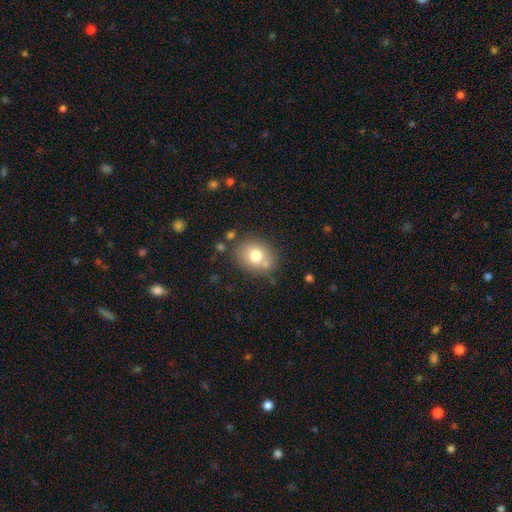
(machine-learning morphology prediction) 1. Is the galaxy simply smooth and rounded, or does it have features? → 74% smooth, 15% featured or disk, 11% star or artifact.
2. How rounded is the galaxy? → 57% round, 43% in between, 1% cigar-shaped.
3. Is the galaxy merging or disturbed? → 70% none, 15% minor disturbance, 11% merger, 5% major disturbance.